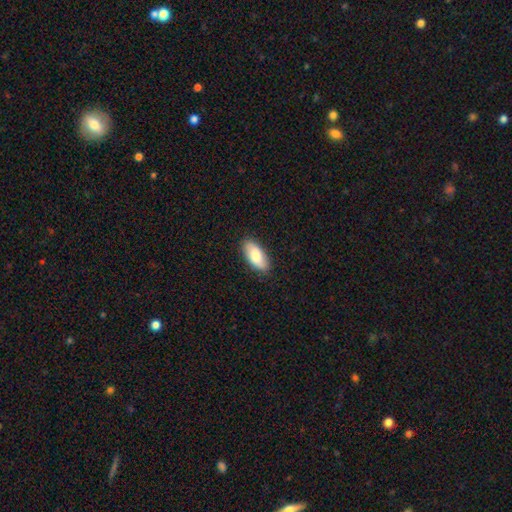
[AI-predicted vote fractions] This is likely a smooth galaxy (75%). How rounded: clearly in between (88%). Merging: clearly none (87%).